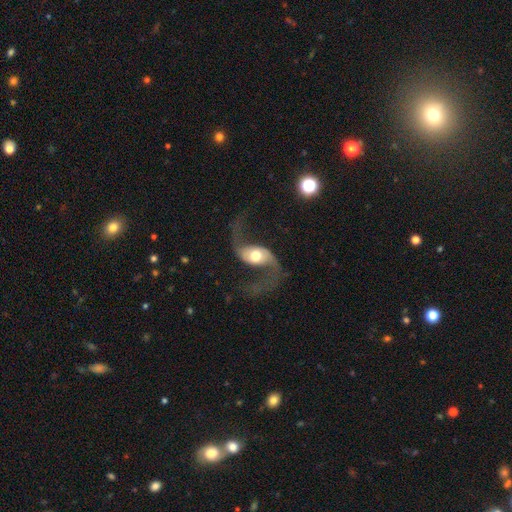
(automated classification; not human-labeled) This appears to be a featured or disk galaxy (87%) with no bar (50%), 2 (94%) loose (89%) spiral arms (96%) and a moderate central bulge (58%). Merging: none (66%).